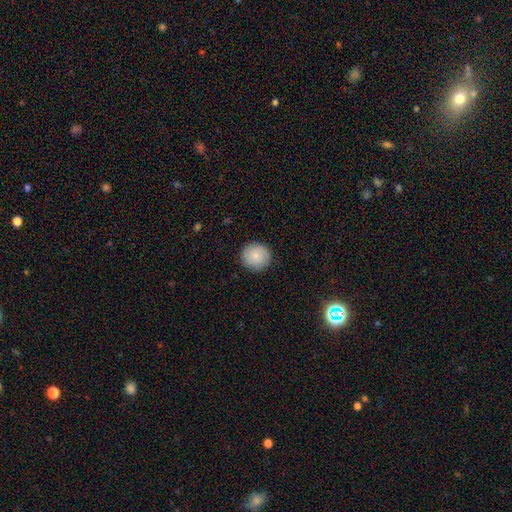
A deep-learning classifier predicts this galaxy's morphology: A smooth galaxy with no disk features (81%) that is round (93%). Merging: none (90%).